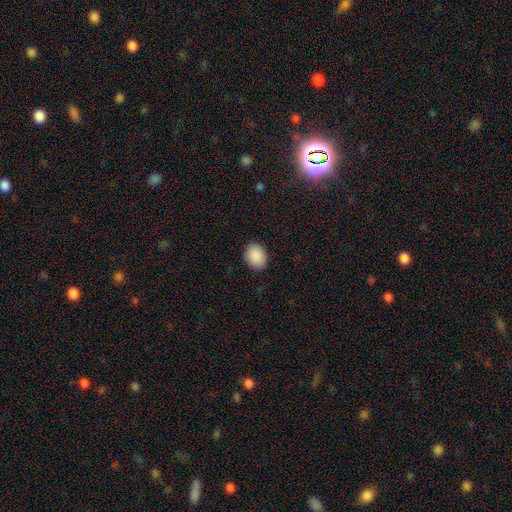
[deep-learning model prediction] Smooth or featured? smooth (90%)
How rounded? in between (57%)
Merging? none (88%)